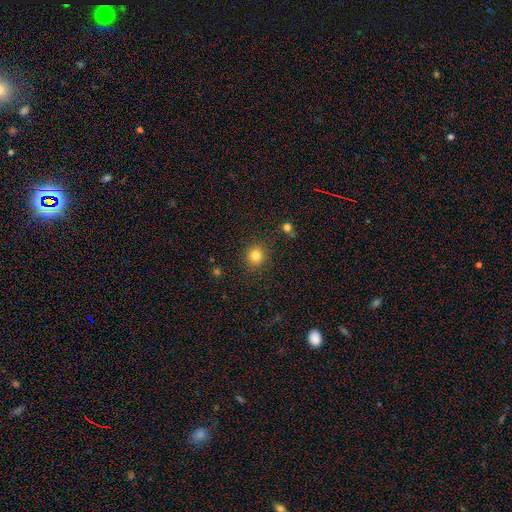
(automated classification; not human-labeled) This is clearly a smooth galaxy (82%). How rounded: clearly round (89%). Merging: clearly none (89%).